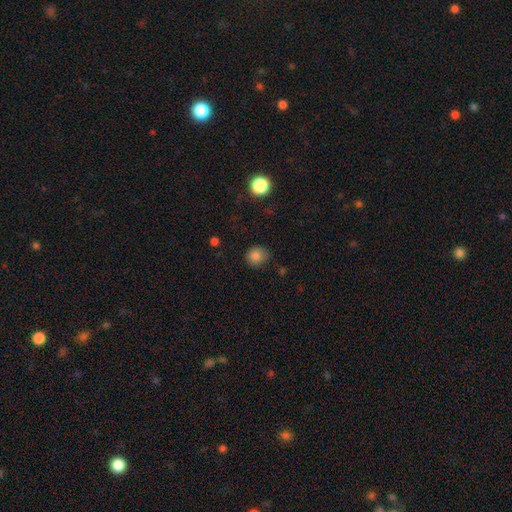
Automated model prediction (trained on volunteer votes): Morphology: type=smooth (81%); roundness=round (84%); merging=none (77%).